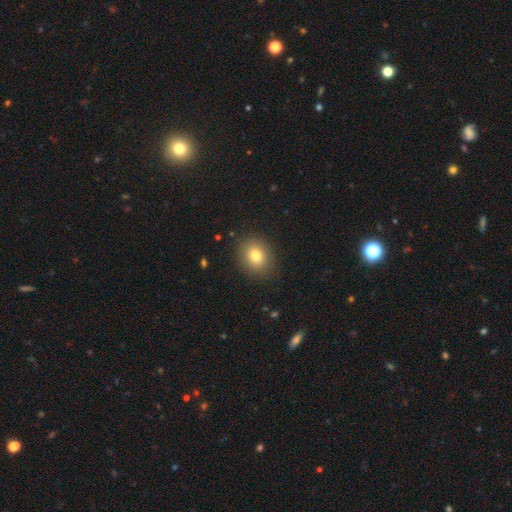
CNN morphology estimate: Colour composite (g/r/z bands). It shows a smooth galaxy with no disk features (79%) that is round (64%). Merging: none (87%).